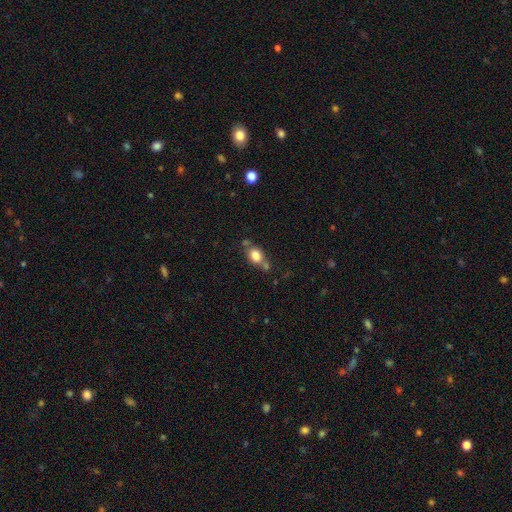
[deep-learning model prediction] Smooth or featured: smooth — 78% (featured or disk — 12%)
How rounded: in between — 62% (round — 35%)
Merging: none — 54% (merger — 21%)